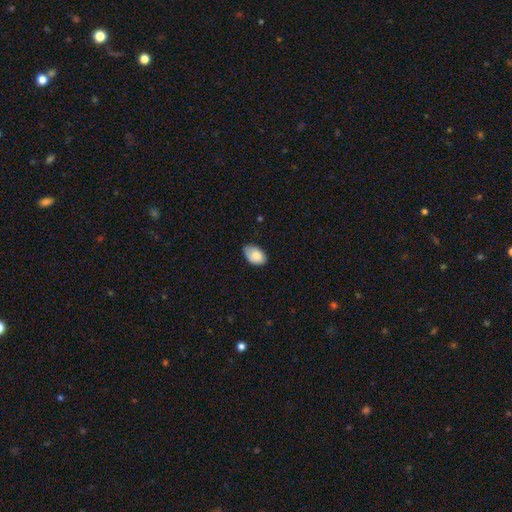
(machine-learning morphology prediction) smooth_or_featured: smooth (p=0.87) [alt: featured or disk p=0.07]
how_rounded: in between (p=0.91) [alt: round p=0.08]
merging: none (p=0.71) [alt: minor disturbance p=0.24]